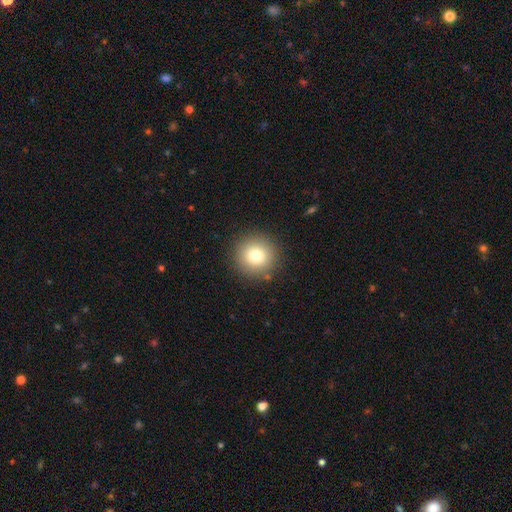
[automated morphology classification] Smooth or featured?
  - smooth: 78% *
  - star or artifact: 12%
  - featured or disk: 10%
How rounded?
  - round: 95% *
  - in between: 4%
  - cigar-shaped: 1%
Merging?
  - none: 89% *
  - minor disturbance: 7%
  - major disturbance: 3%
  - merger: 2%